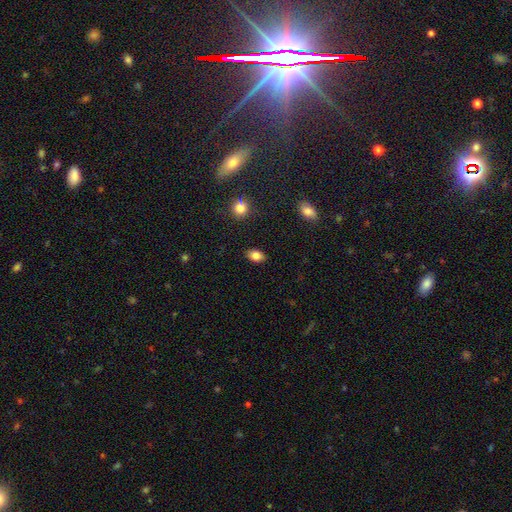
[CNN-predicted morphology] smooth 84%, star or artifact 9%, featured or disk 6%. Down the decision tree: how rounded — in between (83%); merging — none (88%).